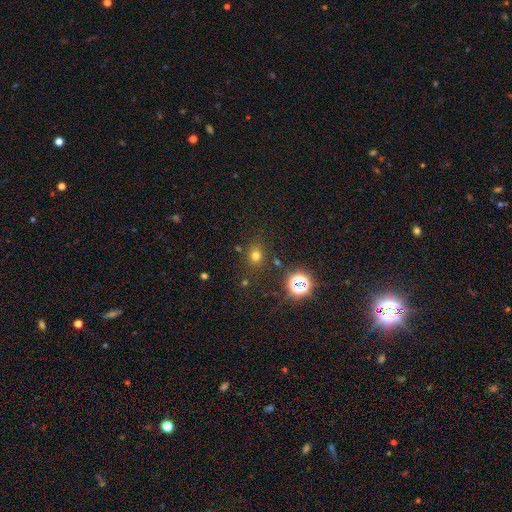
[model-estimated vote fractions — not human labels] Smooth or featured: smooth — 67% (star or artifact — 25%)
How rounded: round — 77% (in between — 22%)
Merging: none — 80% (minor disturbance — 11%)